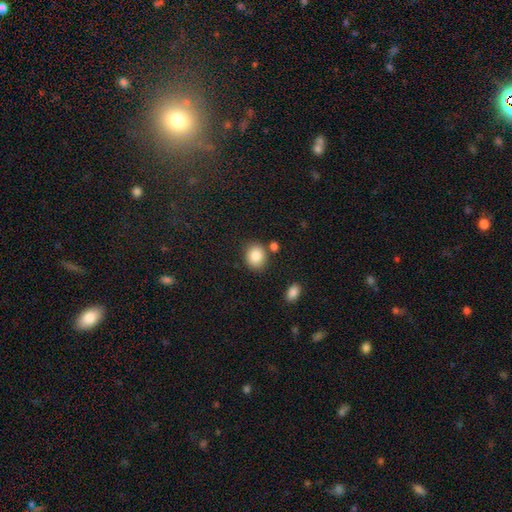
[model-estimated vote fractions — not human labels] Q: Smooth or featured?
A: smooth (87%); runner-up: star or artifact (8%)
Q: How rounded?
A: round (63%); runner-up: in between (36%)
Q: Merging?
A: none (78%); runner-up: minor disturbance (11%)